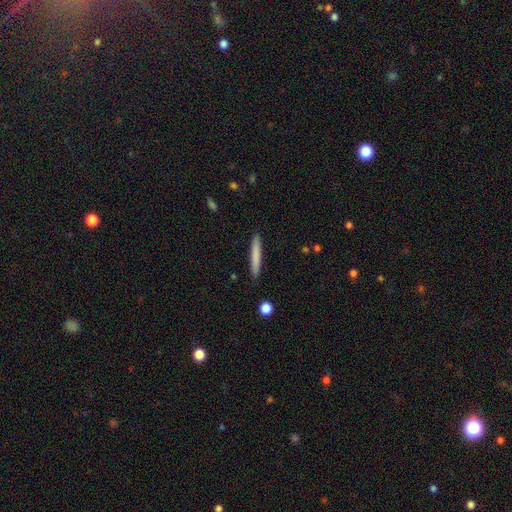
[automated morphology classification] A smooth galaxy with no disk features (76%) that is cigar-shaped (96%). Merging: none (91%).